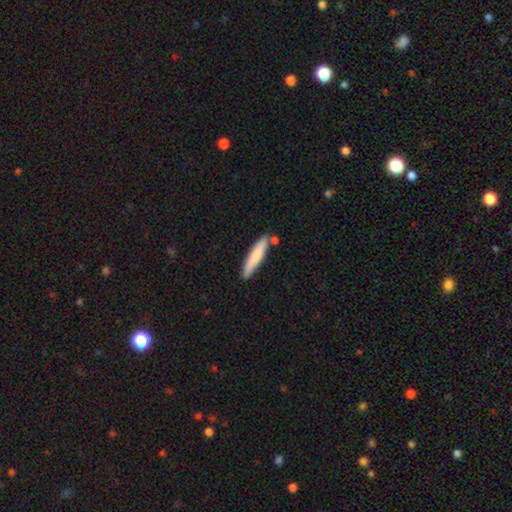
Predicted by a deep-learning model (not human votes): Smooth or featured? Predicted: smooth (p=0.80). How rounded? Predicted: cigar-shaped (p=0.87). Merging? Predicted: none (p=0.79).